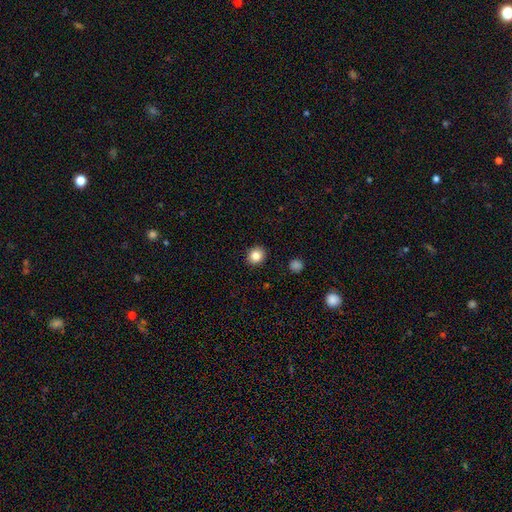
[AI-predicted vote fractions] Smooth or featured? Predicted: smooth (p=0.85). How rounded? Predicted: round (p=0.77). Merging? Predicted: none (p=0.91).